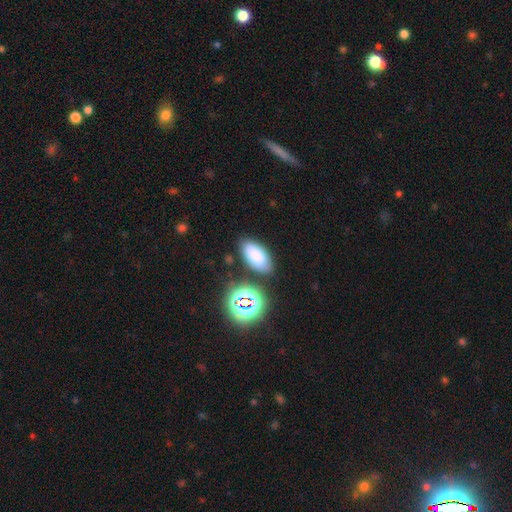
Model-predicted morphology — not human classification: smooth-or-featured: smooth: 75% | star or artifact: 16% | featured or disk: 9%
  how-rounded: in between: 91% | round: 5% | cigar-shaped: 4%
  merging: none: 77% | minor disturbance: 13% | merger: 6% | major disturbance: 4%